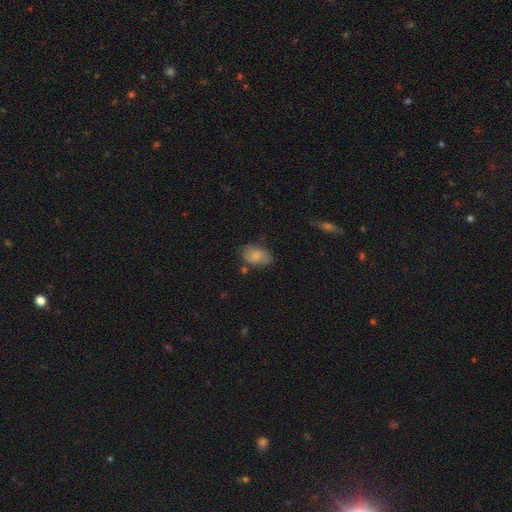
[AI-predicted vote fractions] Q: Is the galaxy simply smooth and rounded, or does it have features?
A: smooth — 79%.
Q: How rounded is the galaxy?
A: in between — 88%.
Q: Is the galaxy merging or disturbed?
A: none — 59%.